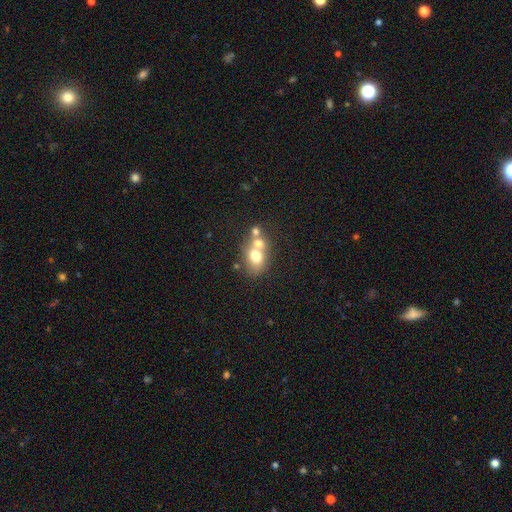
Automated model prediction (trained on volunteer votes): The model was most divided on "how rounded": in between: 51%, round: 47%, cigar-shaped: 1%. More confident: smooth or featured — smooth (66%); merging — merger (55%).